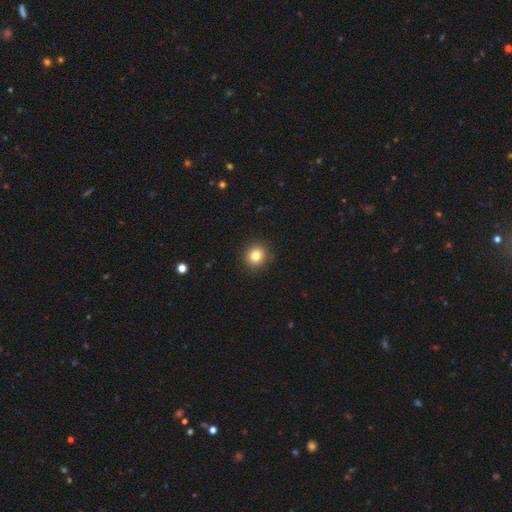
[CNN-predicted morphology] Smooth or featured? Predicted: smooth (p=0.82). How rounded? Predicted: round (p=0.88). Merging? Predicted: none (p=0.91).